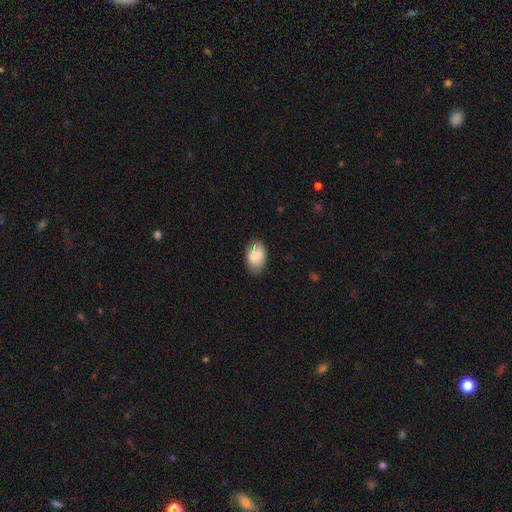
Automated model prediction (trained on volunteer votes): Q: Smooth or featured?
A: smooth (81%); runner-up: featured or disk (13%)
Q: How rounded?
A: in between (90%); runner-up: round (9%)
Q: Merging?
A: none (77%); runner-up: minor disturbance (18%)